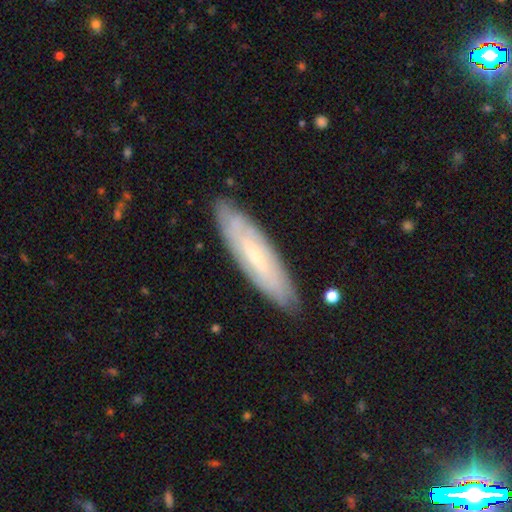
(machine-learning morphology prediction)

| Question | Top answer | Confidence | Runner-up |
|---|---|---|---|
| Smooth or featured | featured or disk | 61% | smooth (32%) |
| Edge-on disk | no | 63% | yes (37%) |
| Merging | none | 85% | minor disturbance (11%) |